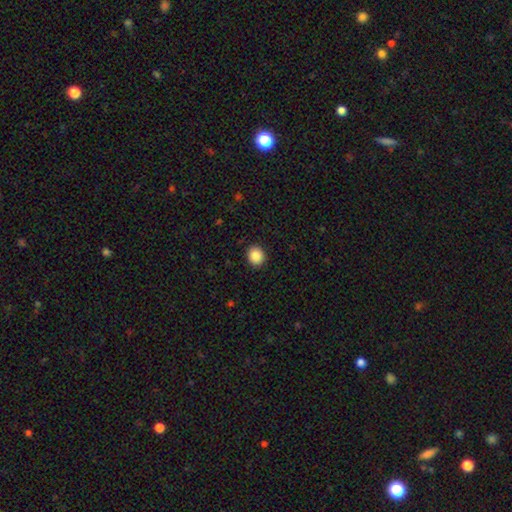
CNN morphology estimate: Overall: smooth (88%). How rounded: round (77%). Merging: none (91%).